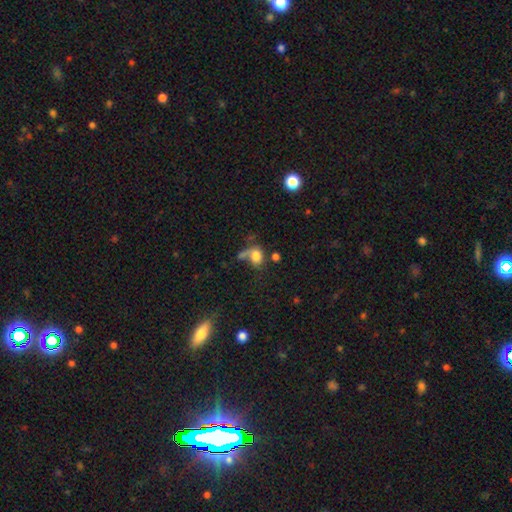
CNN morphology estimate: smooth 75%, featured or disk 14%, star or artifact 12%. Down the decision tree: how rounded — in between (62%); merging — none (35%).